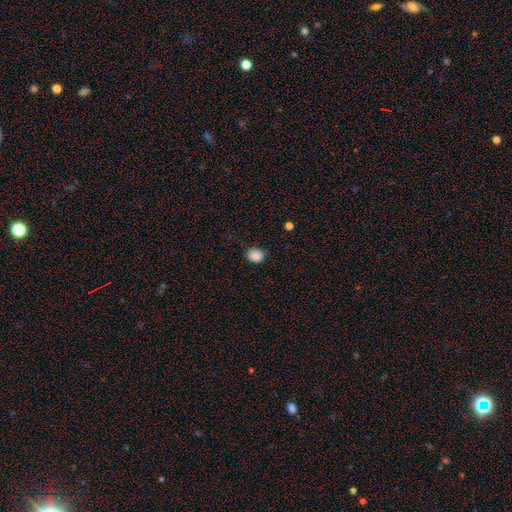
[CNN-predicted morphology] Q: Smooth or featured?
A: smooth (86%); runner-up: star or artifact (9%)
Q: How rounded?
A: round (65%); runner-up: in between (34%)
Q: Merging?
A: none (84%); runner-up: minor disturbance (13%)